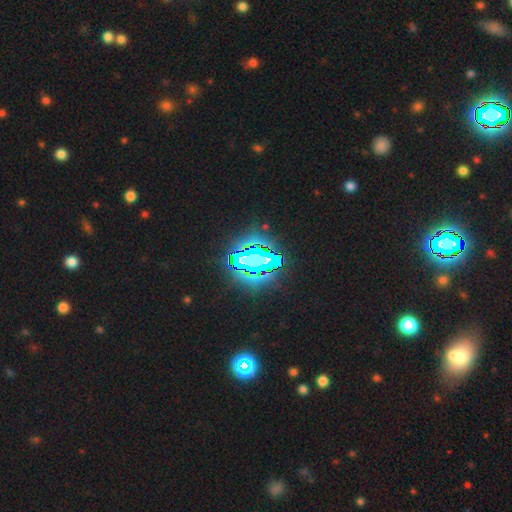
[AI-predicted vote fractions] Morphology: type=star or artifact (82%).